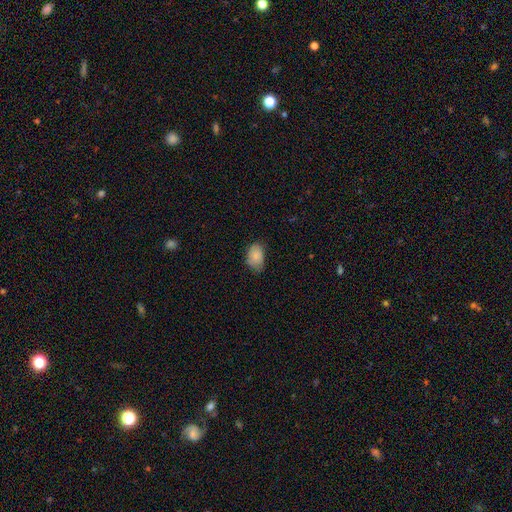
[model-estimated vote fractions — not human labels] The model was most divided on "merging": none: 61%, minor disturbance: 31%, major disturbance: 6%, merger: 1%. More confident: how rounded — in between (85%); smooth or featured — smooth (83%).